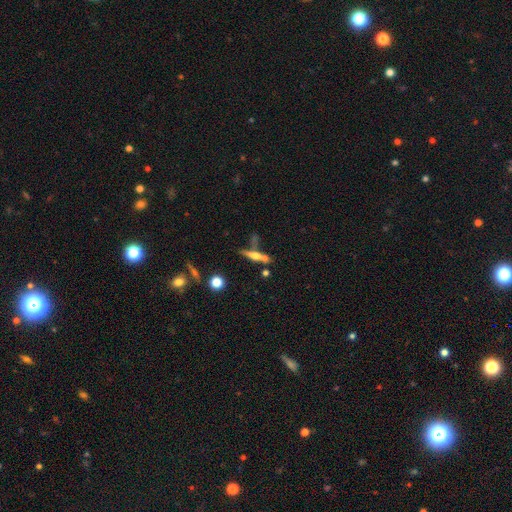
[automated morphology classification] Overall: featured or disk (54%; smooth 35%). Edge-on disk: yes (89%). Merging: none (54%; merger 25%).